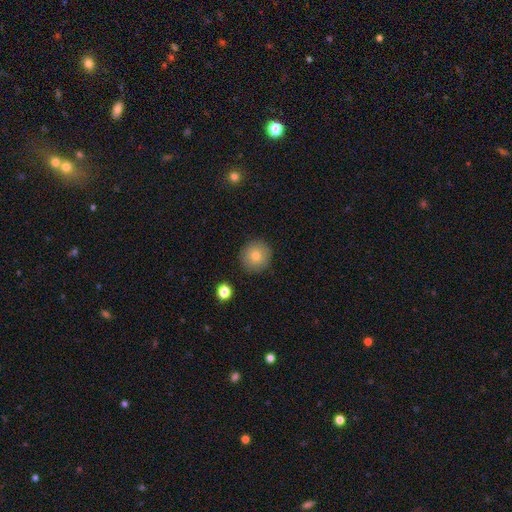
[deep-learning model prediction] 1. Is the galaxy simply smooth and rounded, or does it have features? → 78% smooth, 12% featured or disk, 10% star or artifact.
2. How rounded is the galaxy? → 95% round, 4% in between, 1% cigar-shaped.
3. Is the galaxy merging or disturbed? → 91% none, 6% minor disturbance, 2% major disturbance, 1% merger.